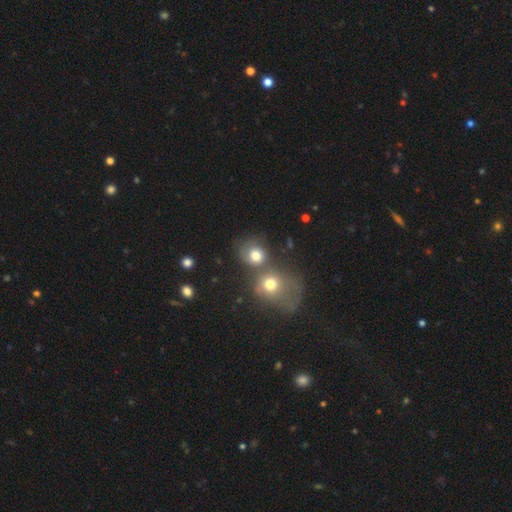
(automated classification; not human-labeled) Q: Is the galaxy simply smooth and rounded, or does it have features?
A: smooth — 71%.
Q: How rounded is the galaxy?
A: round — 75%.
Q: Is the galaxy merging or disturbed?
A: merger — 56%.